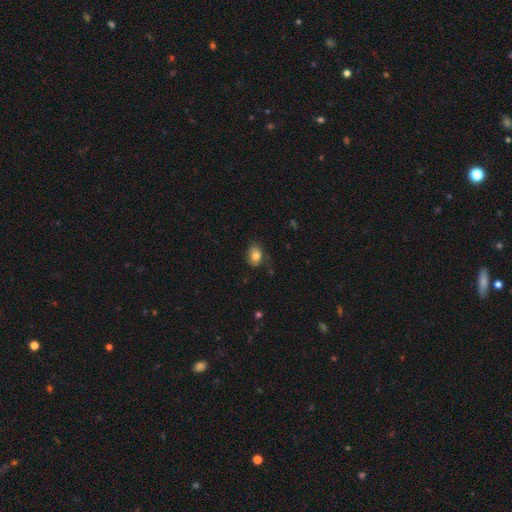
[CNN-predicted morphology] type=smooth (82%); roundness=in between (72%); merging=none (70%).